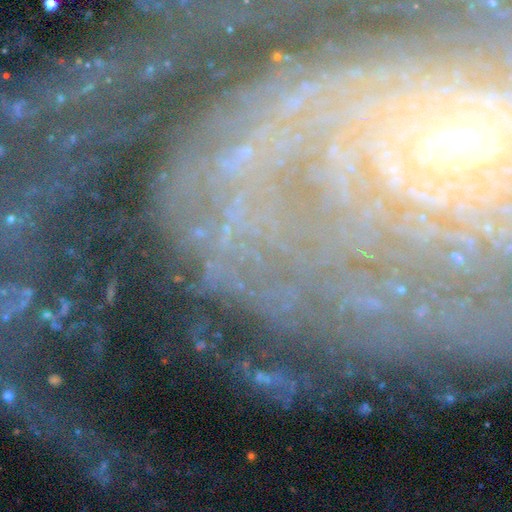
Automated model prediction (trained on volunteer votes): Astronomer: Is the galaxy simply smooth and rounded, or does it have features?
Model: featured or disk — 71%.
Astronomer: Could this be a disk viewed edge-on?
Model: no — 92%.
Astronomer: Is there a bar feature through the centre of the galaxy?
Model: no — 53%.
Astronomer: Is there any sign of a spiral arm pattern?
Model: yes — 88%.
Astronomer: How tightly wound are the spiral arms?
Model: tight — 75%.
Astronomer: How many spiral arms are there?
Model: can't tell — 35% (runner-up: 2, 17%).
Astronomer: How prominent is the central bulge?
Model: small — 63%.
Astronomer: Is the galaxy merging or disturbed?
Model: none — 66%.